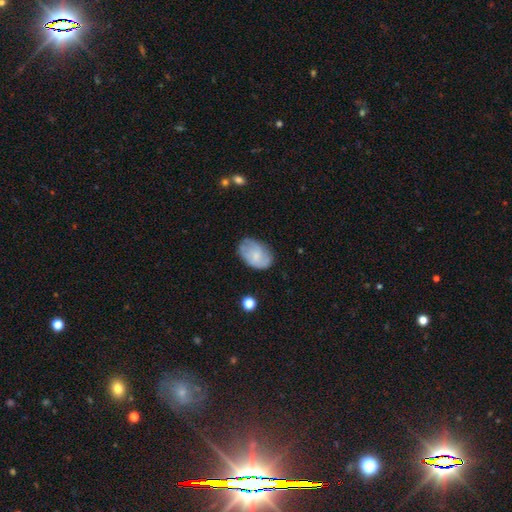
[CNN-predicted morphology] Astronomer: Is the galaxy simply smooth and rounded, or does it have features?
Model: smooth — 53% (runner-up: featured or disk, 39%).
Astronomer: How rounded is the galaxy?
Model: in between — 84%.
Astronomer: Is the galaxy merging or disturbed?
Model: none — 68%.